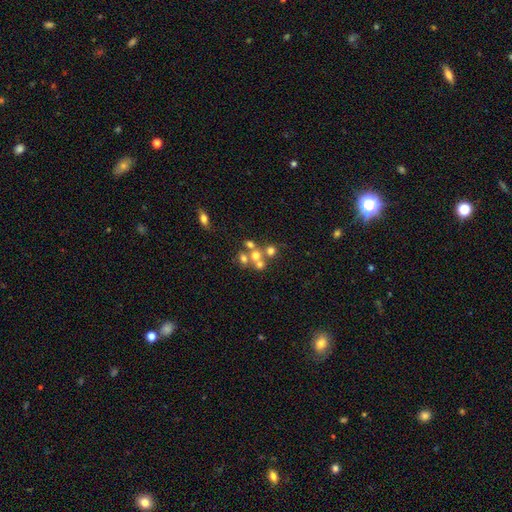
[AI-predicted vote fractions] Smooth or featured?
  - smooth: 54% *
  - featured or disk: 27%
  - star or artifact: 19%
How rounded?
  - round: 80% *
  - in between: 19%
  - cigar-shaped: 1%
Merging?
  - merger: 48% *
  - none: 40%
  - minor disturbance: 7%
  - major disturbance: 5%